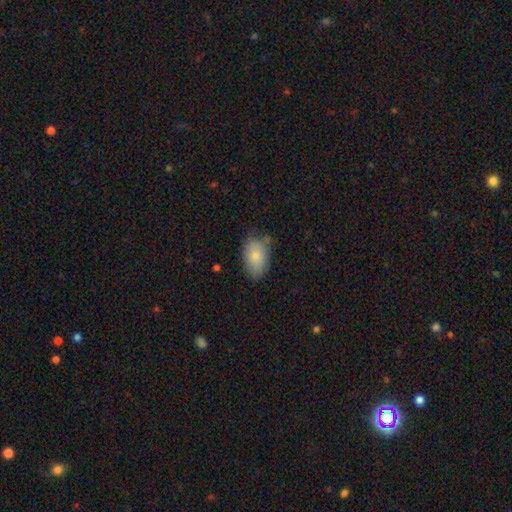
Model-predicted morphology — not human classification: smooth-or-featured: smooth: 82% | featured or disk: 12% | star or artifact: 7%
  how-rounded: in between: 92% | round: 6% | cigar-shaped: 2%
  merging: none: 66% | minor disturbance: 26% | major disturbance: 6% | merger: 2%